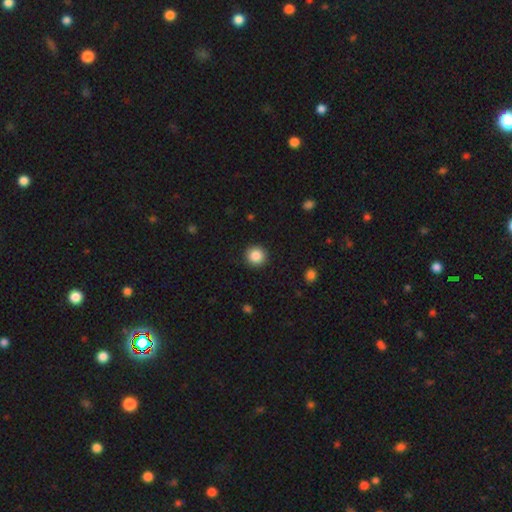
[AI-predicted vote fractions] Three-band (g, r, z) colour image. It shows a smooth galaxy with no disk features (87%) that is round (95%). Merging: none (92%).